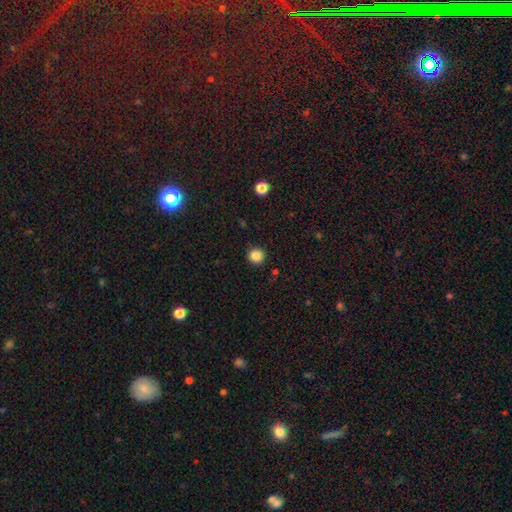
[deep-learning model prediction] Overall: smooth (85%). How rounded: round (95%). Merging: none (92%).